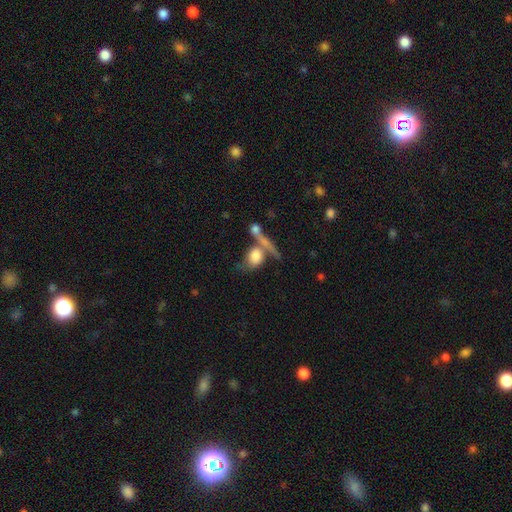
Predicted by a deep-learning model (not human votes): Smooth or featured? Predicted: smooth (p=0.66). How rounded? Predicted: in between (p=0.46, tied with round). Merging? Predicted: merger (p=0.40).